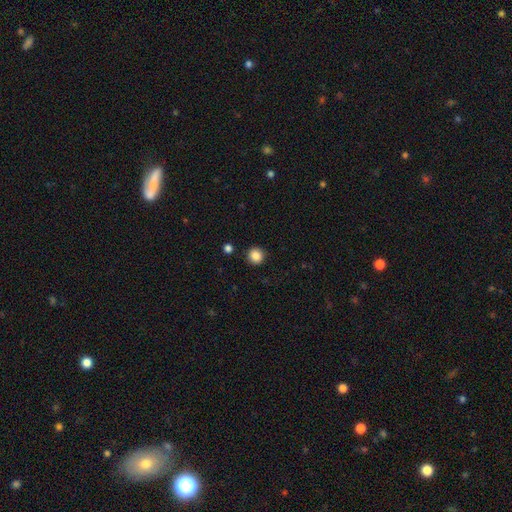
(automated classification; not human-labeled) smooth-or-featured: smooth: 86% | star or artifact: 10% | featured or disk: 4%
  how-rounded: round: 95% | in between: 5% | cigar-shaped: 1%
  merging: none: 92% | minor disturbance: 5% | major disturbance: 2% | merger: 2%